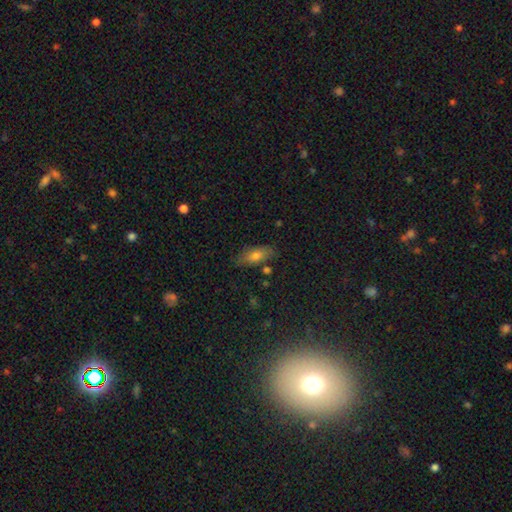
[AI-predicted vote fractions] smooth 70%, featured or disk 19%, star or artifact 11%. Down the decision tree: how rounded — in between (81%); merging — none (78%).